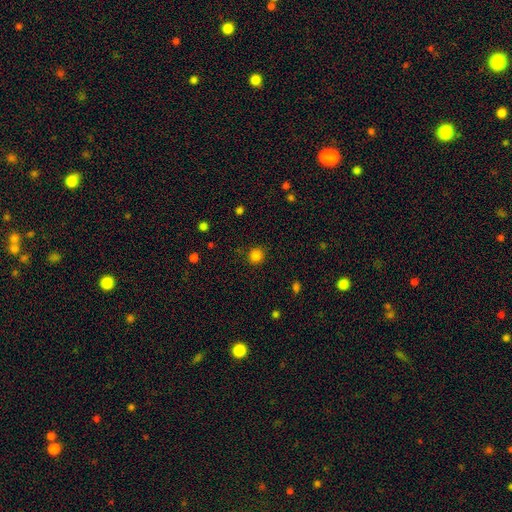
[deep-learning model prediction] Smooth or featured? smooth (83%)
How rounded? round (91%)
Merging? none (90%)